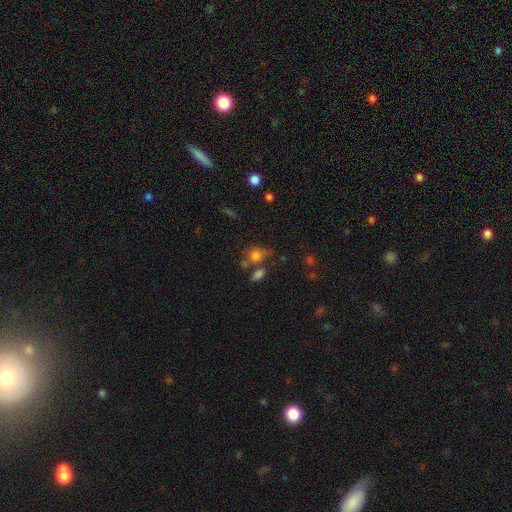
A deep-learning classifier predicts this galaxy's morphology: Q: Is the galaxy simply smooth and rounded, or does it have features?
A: smooth — 76%.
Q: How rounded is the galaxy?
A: round — 57%.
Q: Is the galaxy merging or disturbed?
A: none — 50%.